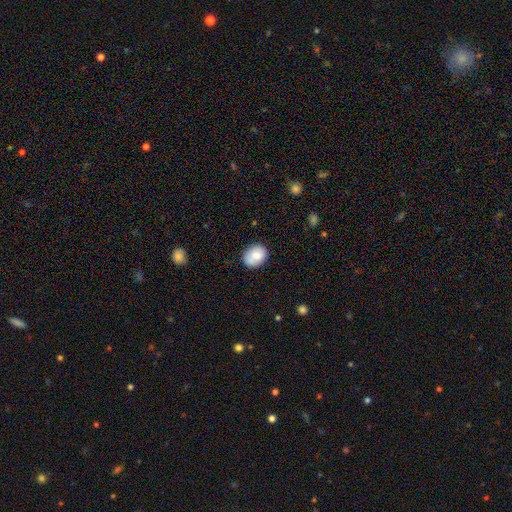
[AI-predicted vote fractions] Smooth or featured? smooth (80%)
How rounded? in between (52%)
Merging? none (81%)